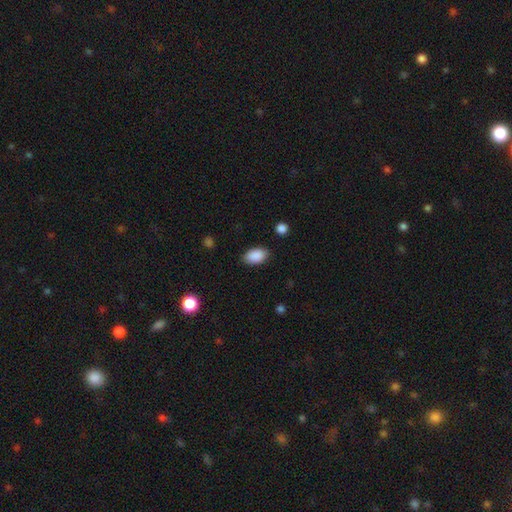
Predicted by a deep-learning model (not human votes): smooth_or_featured: smooth (p=0.90) [alt: star or artifact p=0.07]
how_rounded: in between (p=0.92) [alt: round p=0.06]
merging: none (p=0.86) [alt: minor disturbance p=0.11]